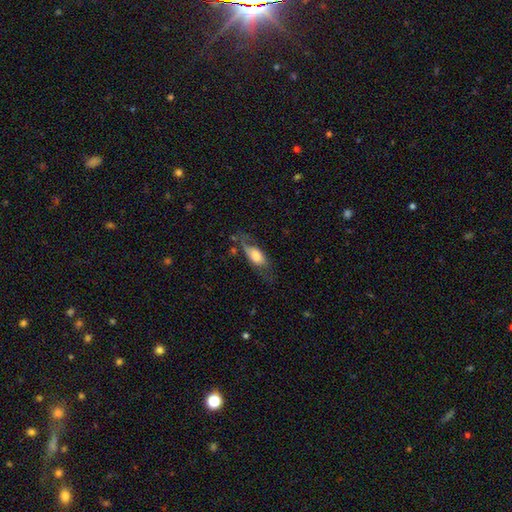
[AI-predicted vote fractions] Q: Smooth or featured?
A: smooth (55%); runner-up: featured or disk (38%)
Q: How rounded?
A: in between (76%); runner-up: cigar-shaped (20%)
Q: Merging?
A: none (50%); runner-up: minor disturbance (27%)